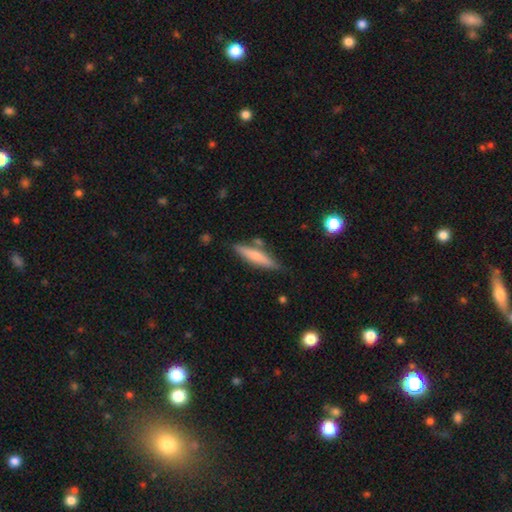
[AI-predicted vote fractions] This appears to be a smooth galaxy with no disk features (62%) that is cigar-shaped (85%). Merging: none (76%).